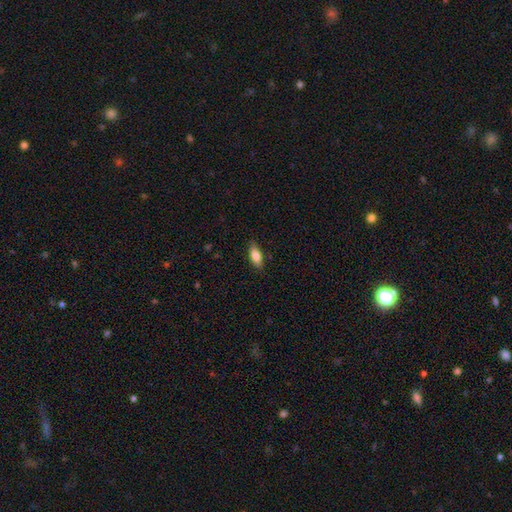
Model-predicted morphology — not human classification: A smooth galaxy with no disk features (81%) that is in between round and cigar-shaped (78%). Merging: none (85%).